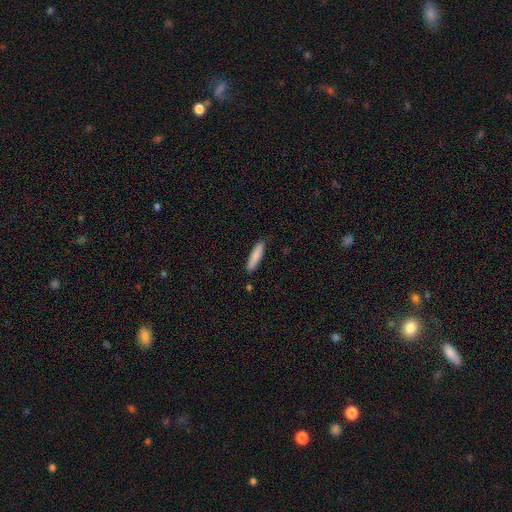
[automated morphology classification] Smooth or featured? smooth (84%)
How rounded? cigar-shaped (83%)
Merging? none (86%)